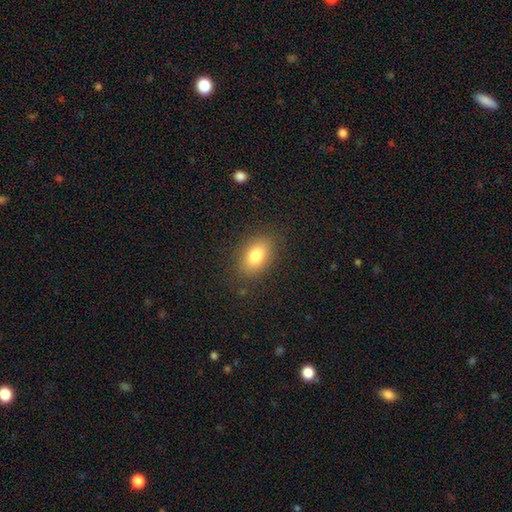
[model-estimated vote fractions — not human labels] Smooth or featured?
  - smooth: 81% *
  - featured or disk: 10%
  - star or artifact: 9%
How rounded?
  - in between: 85% *
  - round: 13%
  - cigar-shaped: 2%
Merging?
  - none: 85% *
  - minor disturbance: 11%
  - major disturbance: 4%
  - merger: 1%